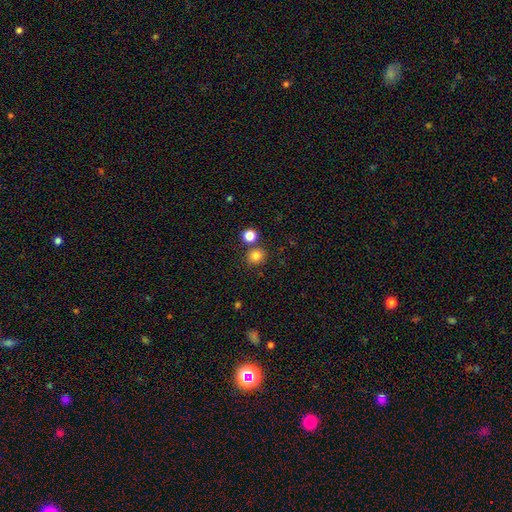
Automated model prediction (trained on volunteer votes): smooth 82%, star or artifact 13%, featured or disk 5%. Down the decision tree: how rounded — round (88%); merging — none (77%).